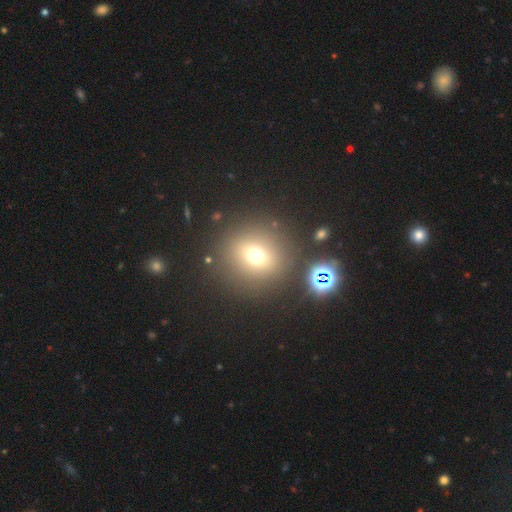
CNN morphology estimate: Overall: smooth (67%). How rounded: round (85%). Merging: none (80%).